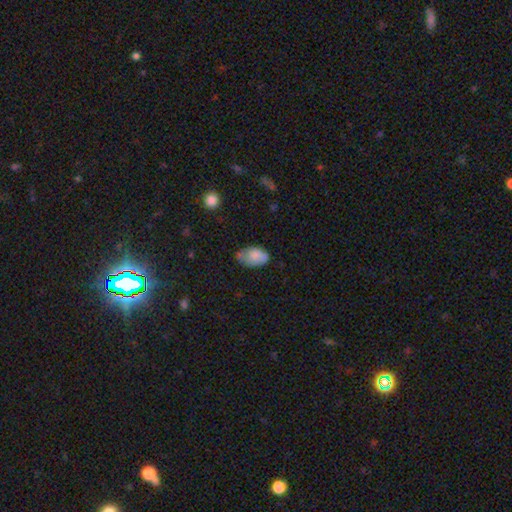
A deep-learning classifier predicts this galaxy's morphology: This is likely a smooth galaxy (79%). How rounded: clearly in between (92%). Merging: possibly none (48%).